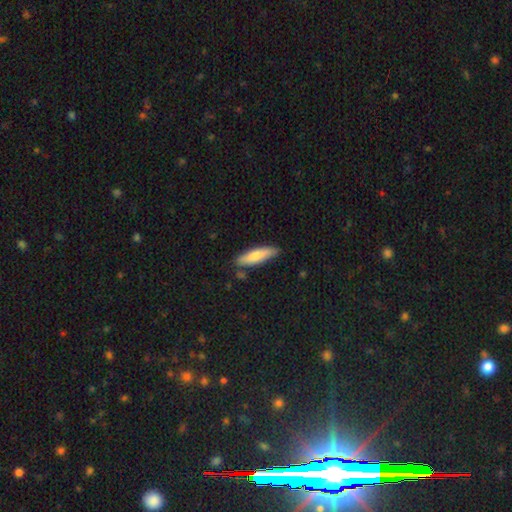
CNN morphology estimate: A smooth galaxy with no disk features (75%) that is cigar-shaped (66%).

Vote fractions:
- Smooth or featured? smooth: 75% / featured or disk: 20% / star or artifact: 5%
- How rounded? cigar-shaped: 66% / in between: 33% / round: 2%
- Merging? none: 81% / minor disturbance: 14% / merger: 3% / major disturbance: 2%